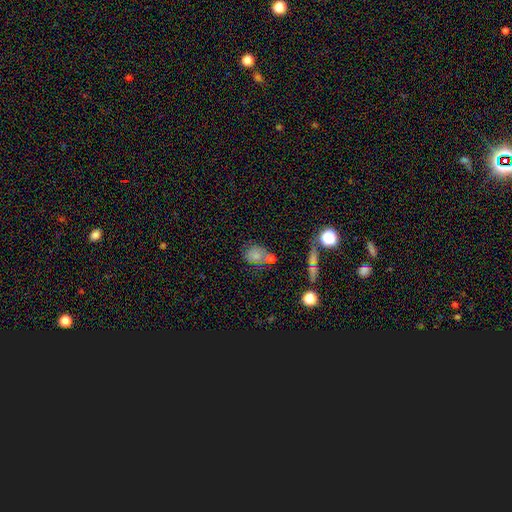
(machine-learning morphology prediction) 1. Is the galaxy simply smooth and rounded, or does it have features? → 71% smooth, 15% featured or disk, 14% star or artifact.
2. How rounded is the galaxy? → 52% in between, 46% round, 2% cigar-shaped.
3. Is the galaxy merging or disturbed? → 46% none, 27% merger, 18% minor disturbance, 9% major disturbance.